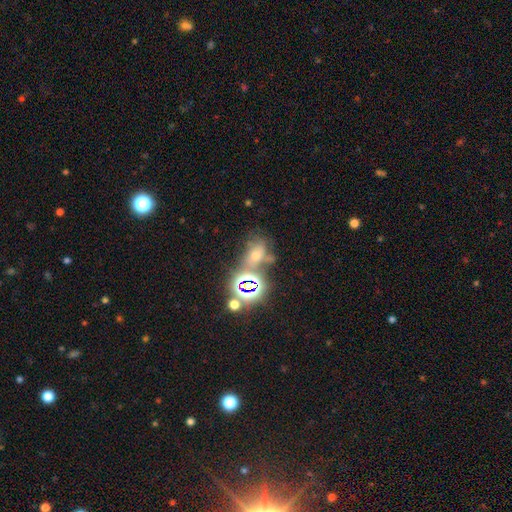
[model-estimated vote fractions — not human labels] Q: Smooth or featured?
A: star or artifact (54%); runner-up: smooth (27%)